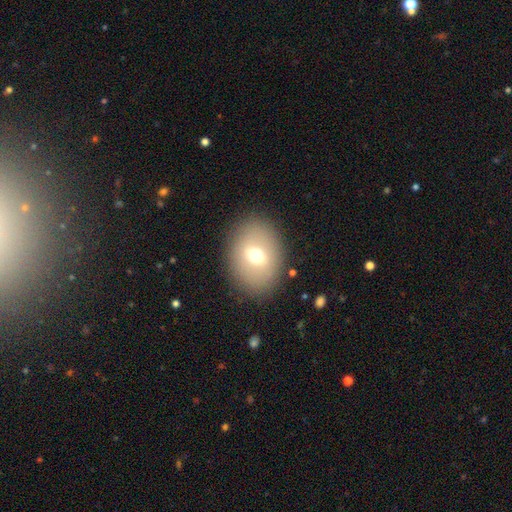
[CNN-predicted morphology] smooth_or_featured: smooth (p=0.65) [alt: featured or disk p=0.25]
how_rounded: in between (p=0.66) [alt: round p=0.33]
merging: none (p=0.86) [alt: minor disturbance p=0.09]